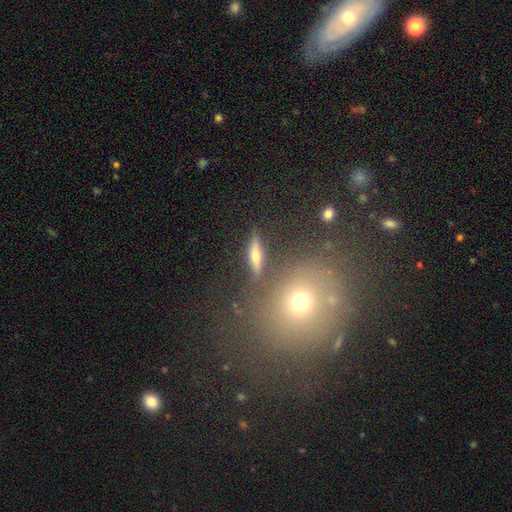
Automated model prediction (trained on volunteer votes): The model was most divided on "smooth or featured": featured or disk: 48%, smooth: 39%, star or artifact: 13%. More confident: merging — none (83%).